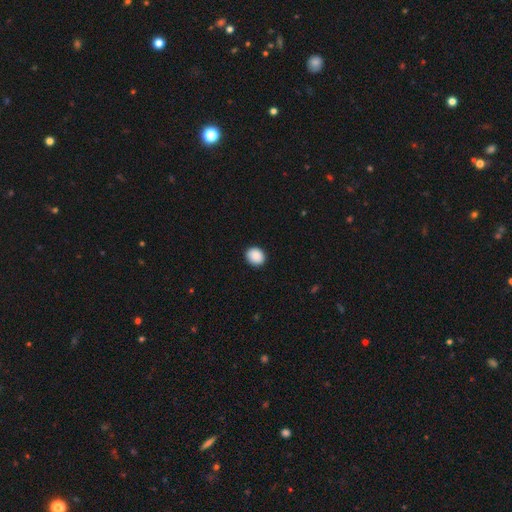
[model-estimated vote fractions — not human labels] Smooth or featured?
  - smooth: 89% *
  - star or artifact: 7%
  - featured or disk: 3%
How rounded?
  - round: 64% *
  - in between: 35%
  - cigar-shaped: 1%
Merging?
  - none: 90% *
  - minor disturbance: 7%
  - major disturbance: 2%
  - merger: 1%